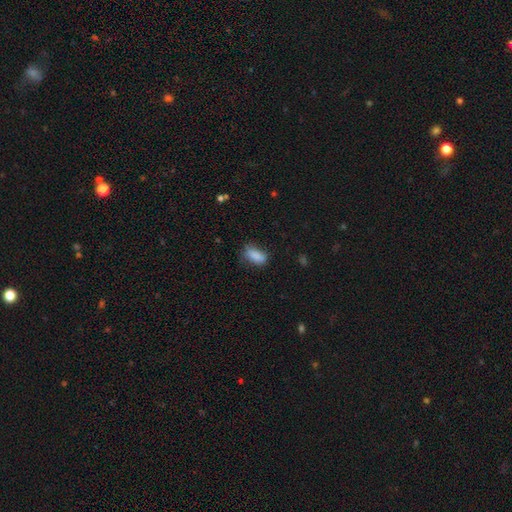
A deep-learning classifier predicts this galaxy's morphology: This appears to be a smooth galaxy with no disk features (85%) that is in between round and cigar-shaped (86%). Merging: none (61%).